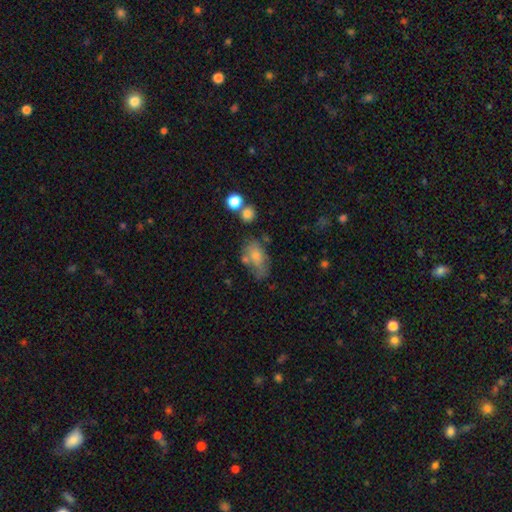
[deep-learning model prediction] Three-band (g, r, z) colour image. It shows a smooth galaxy with no disk features (63%) that is in between round and cigar-shaped (84%). Merging: none (44%).